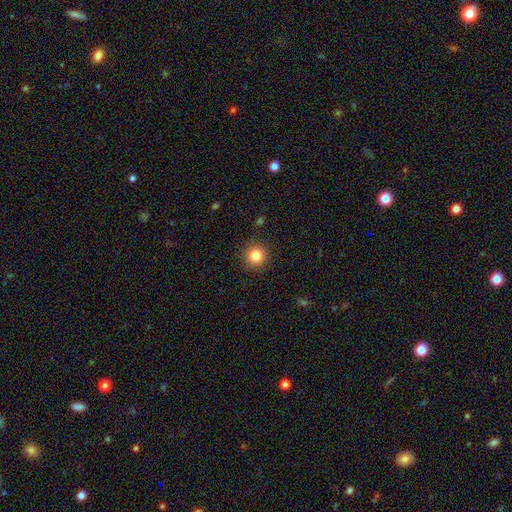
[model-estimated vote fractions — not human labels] smooth_or_featured: smooth (p=0.84) [alt: star or artifact p=0.11]
how_rounded: round (p=0.95) [alt: in between p=0.05]
merging: none (p=0.90) [alt: minor disturbance p=0.07]